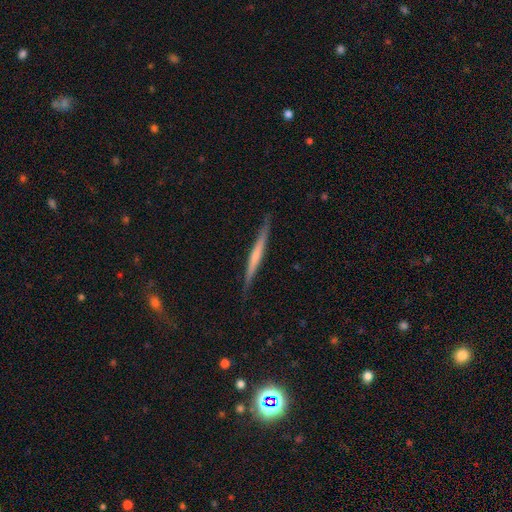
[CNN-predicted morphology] smooth-or-featured: featured or disk: 55% | smooth: 39% | star or artifact: 5%
  disk-edge-on: yes: 97% | no: 3%
    edge-on-bulge: none: 69% | rounded: 21% | boxy: 10%
  merging: none: 88% | minor disturbance: 10% | major disturbance: 2% | merger: 1%